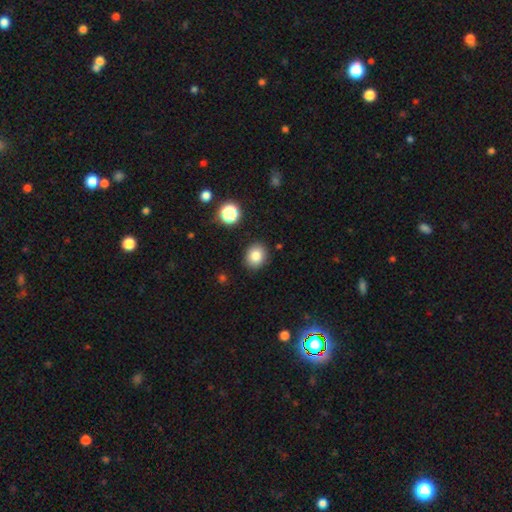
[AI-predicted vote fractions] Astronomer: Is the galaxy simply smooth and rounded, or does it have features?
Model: smooth — 82%.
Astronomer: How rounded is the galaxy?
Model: round — 65%.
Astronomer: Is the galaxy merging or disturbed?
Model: none — 87%.